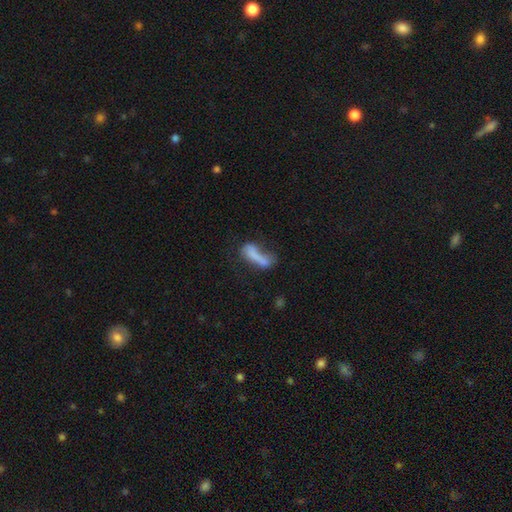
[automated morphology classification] smooth 65%, featured or disk 24%, star or artifact 11%. Down the decision tree: how rounded — cigar-shaped (48%, tied with in between); merging — major disturbance (29%).